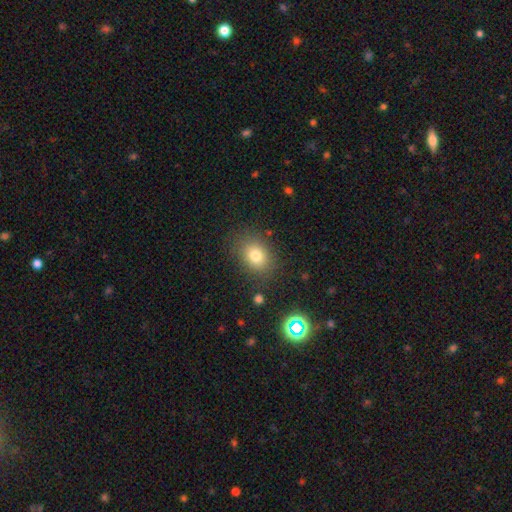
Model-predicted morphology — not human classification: Q: Smooth or featured?
A: smooth (78%); runner-up: star or artifact (13%)
Q: How rounded?
A: in between (58%); runner-up: round (41%)
Q: Merging?
A: none (82%); runner-up: minor disturbance (11%)